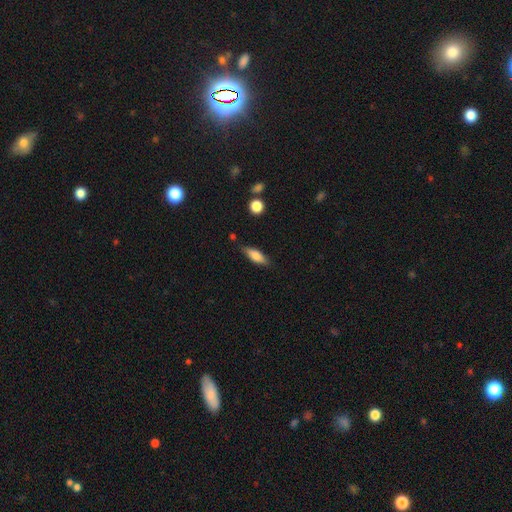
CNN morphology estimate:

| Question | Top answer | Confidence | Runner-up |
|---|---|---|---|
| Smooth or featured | smooth | 71% | featured or disk (22%) |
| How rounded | in between | 62% | cigar-shaped (35%) |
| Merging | none | 79% | minor disturbance (15%) |